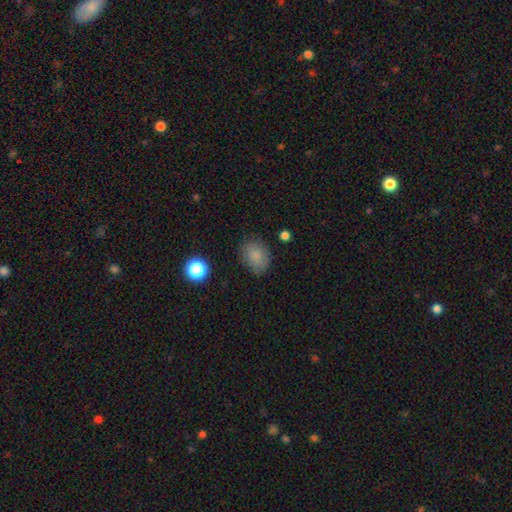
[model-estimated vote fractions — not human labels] The model was most divided on "how rounded": in between: 60%, round: 39%, cigar-shaped: 1%. More confident: smooth or featured — smooth (82%); merging — none (76%).